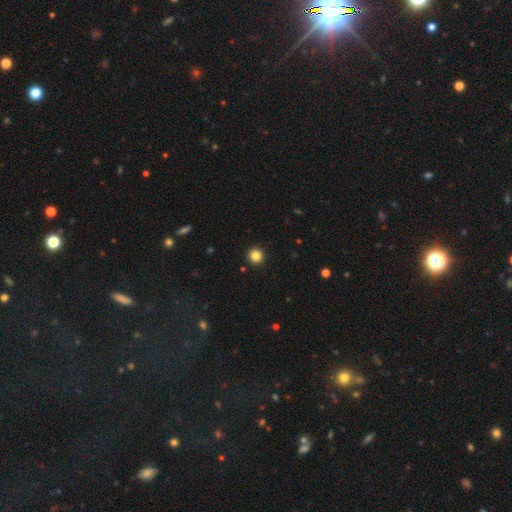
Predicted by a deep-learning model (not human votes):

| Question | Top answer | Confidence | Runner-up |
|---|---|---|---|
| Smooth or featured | smooth | 85% | star or artifact (11%) |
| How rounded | round | 95% | in between (4%) |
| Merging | none | 93% | minor disturbance (4%) |